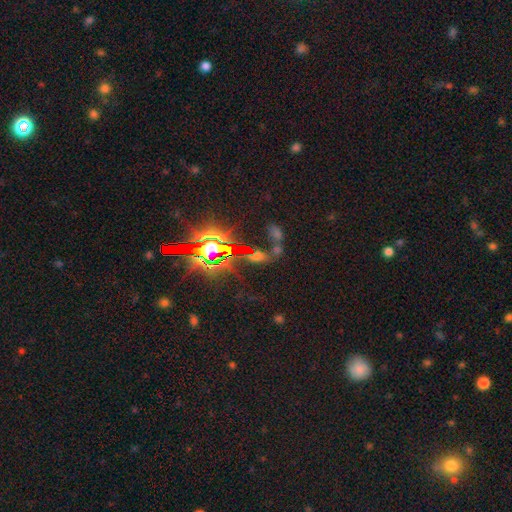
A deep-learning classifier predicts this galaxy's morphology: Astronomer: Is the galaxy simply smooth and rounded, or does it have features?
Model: star or artifact — 59%.